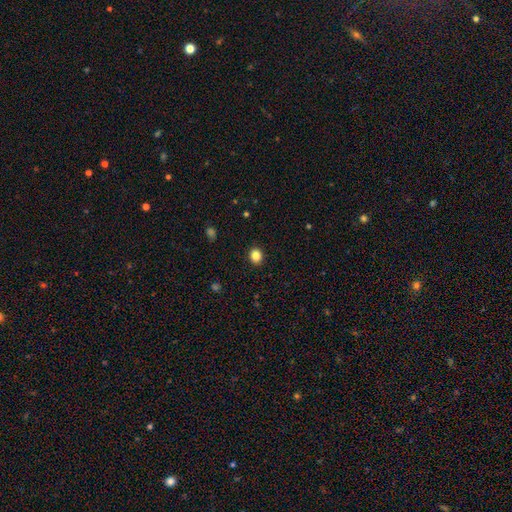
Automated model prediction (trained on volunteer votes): This appears to be a smooth galaxy with no disk features (85%) that is round (66%). Merging: none (91%).